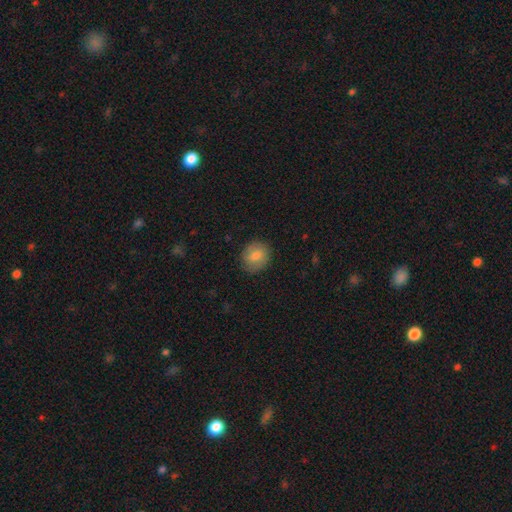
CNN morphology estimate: Smooth or featured? smooth (78%)
How rounded? round (73%)
Merging? none (82%)